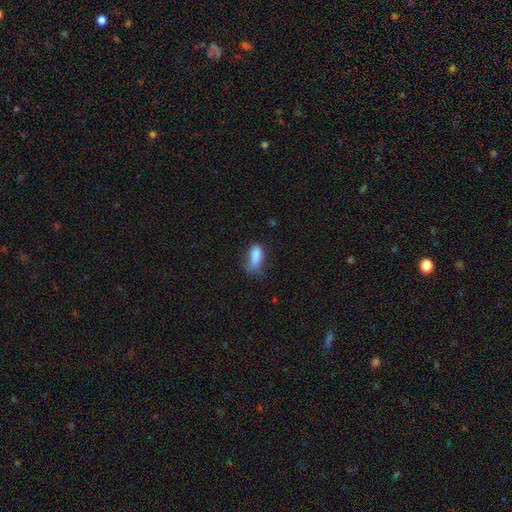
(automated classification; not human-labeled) This appears to be a smooth galaxy with no disk features (81%) that is in between round and cigar-shaped (76%). Merging: none (36%, tied with minor disturbance).